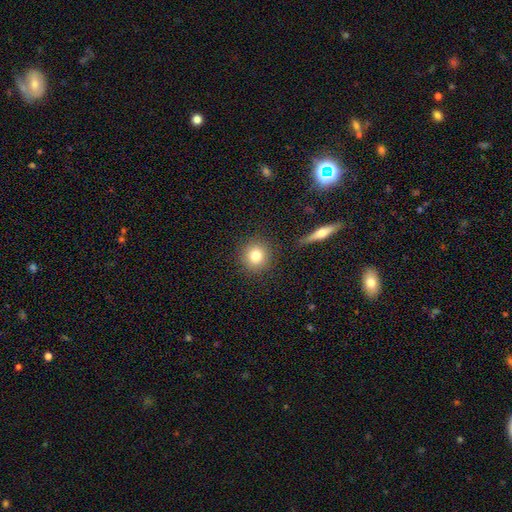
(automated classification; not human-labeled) smooth_or_featured: smooth (p=0.80) [alt: star or artifact p=0.11]
how_rounded: round (p=0.91) [alt: in between p=0.08]
merging: none (p=0.88) [alt: minor disturbance p=0.07]